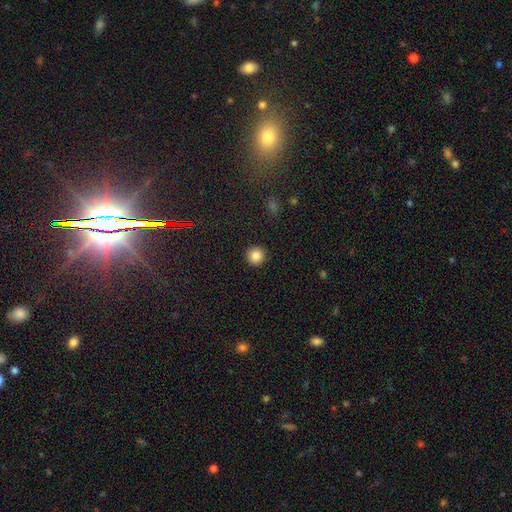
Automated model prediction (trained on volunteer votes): A smooth galaxy with no disk features (85%) that is round (95%).

Vote fractions:
- Smooth or featured? smooth: 85% / star or artifact: 10% / featured or disk: 4%
- How rounded? round: 95% / in between: 4% / cigar-shaped: 1%
- Merging? none: 92% / minor disturbance: 5% / major disturbance: 2% / merger: 1%